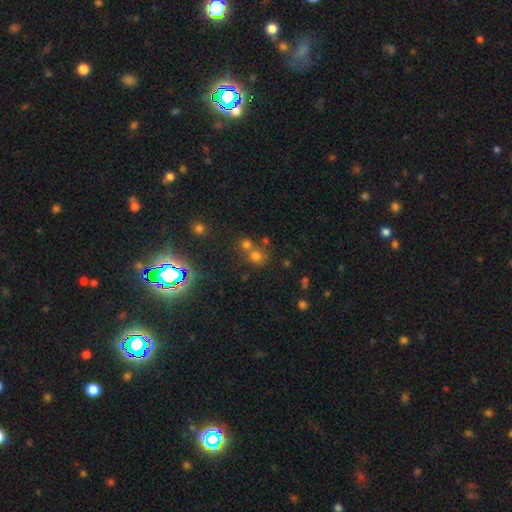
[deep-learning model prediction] The model was most divided on "merging": none: 49%, merger: 39%, minor disturbance: 7%, major disturbance: 4%. More confident: how rounded — round (82%); smooth or featured — smooth (65%).